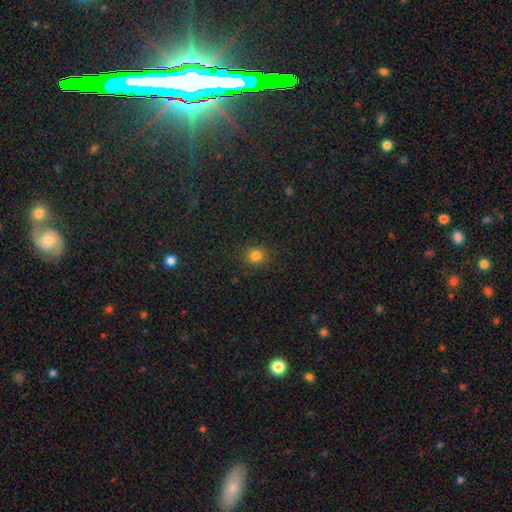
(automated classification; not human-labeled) This is clearly a smooth galaxy (82%). How rounded: clearly round (85%). Merging: clearly none (89%).